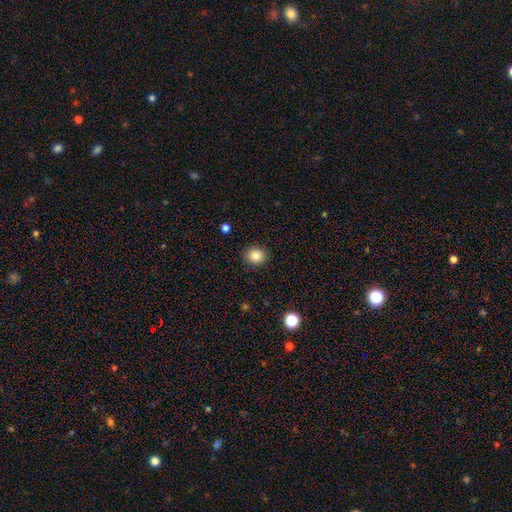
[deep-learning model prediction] smooth 84%, star or artifact 10%, featured or disk 6%. Down the decision tree: how rounded — round (73%); merging — none (89%).